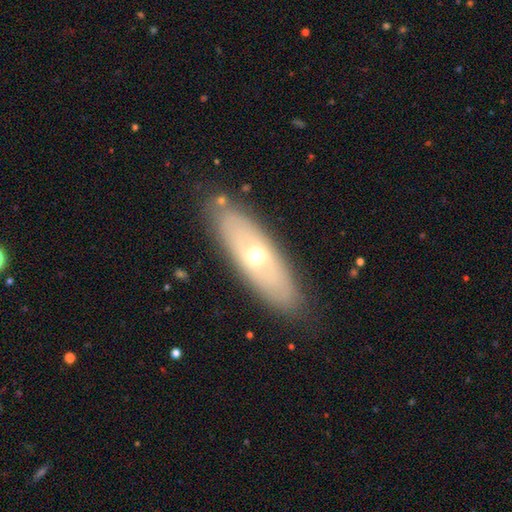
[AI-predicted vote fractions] smooth-or-featured: featured or disk: 52% | smooth: 41% | star or artifact: 7%
  disk-edge-on: no: 66% | yes: 34%
  merging: none: 85% | minor disturbance: 10% | major disturbance: 3% | merger: 2%